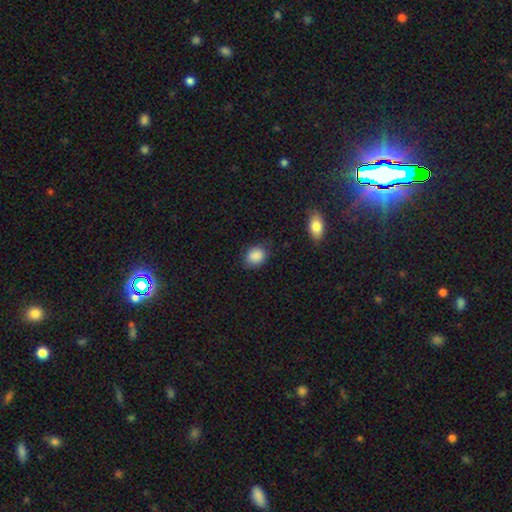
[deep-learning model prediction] Smooth or featured: smooth — 89% (star or artifact — 8%)
How rounded: in between — 52% (round — 47%)
Merging: none — 78% (minor disturbance — 16%)